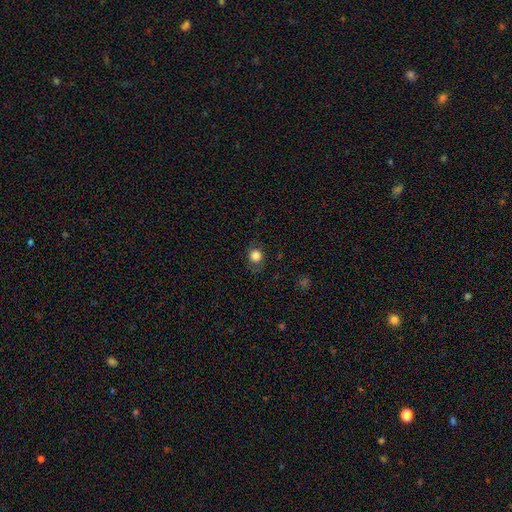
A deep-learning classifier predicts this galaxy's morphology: Smooth or featured? Predicted: smooth (p=0.82). How rounded? Predicted: round (p=0.78). Merging? Predicted: none (p=0.78).